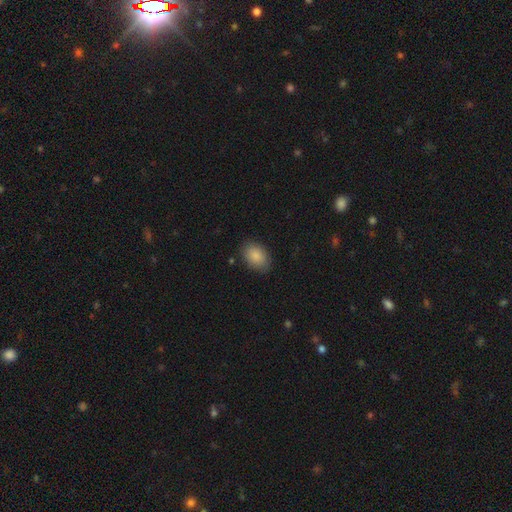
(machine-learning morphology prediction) A smooth galaxy with no disk features (88%) that is in between round and cigar-shaped (85%). Merging: none (84%).